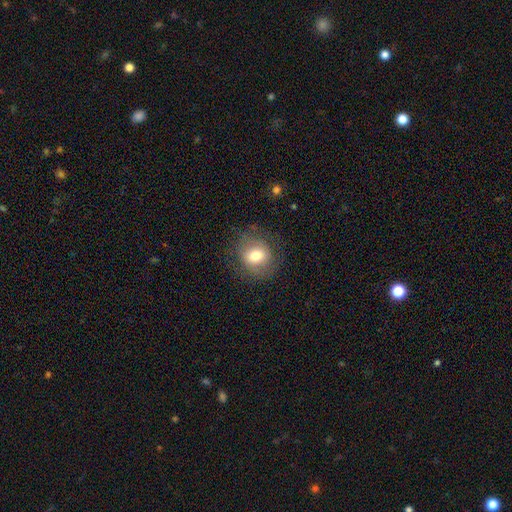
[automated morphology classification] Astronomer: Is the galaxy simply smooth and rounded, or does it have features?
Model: smooth — 71%.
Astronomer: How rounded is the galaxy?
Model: round — 73%.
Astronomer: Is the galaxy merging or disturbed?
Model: none — 77%.